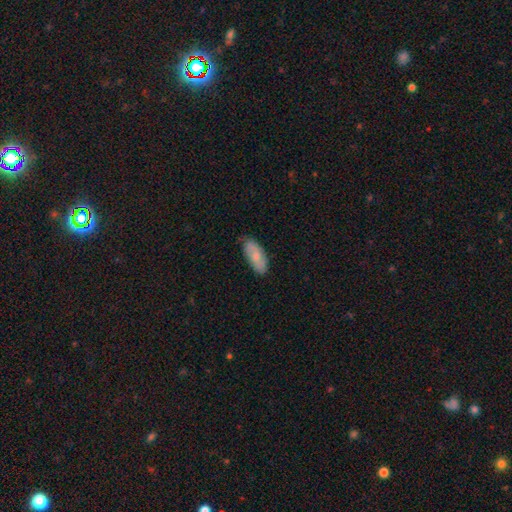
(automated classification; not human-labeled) Smooth or featured: smooth — 72% (featured or disk — 22%)
How rounded: in between — 85% (cigar-shaped — 13%)
Merging: none — 79% (minor disturbance — 18%)